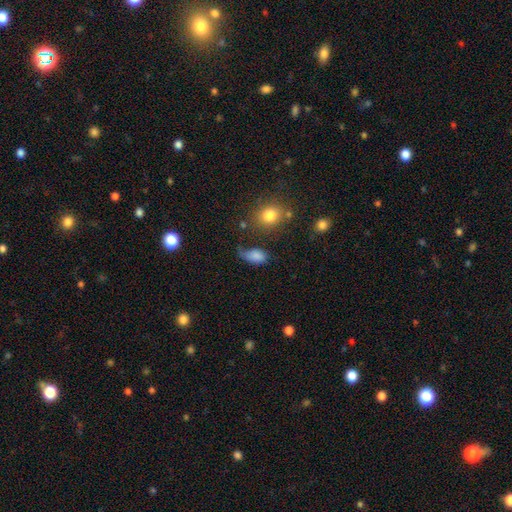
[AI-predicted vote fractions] Smooth or featured? smooth (80%)
How rounded? in between (87%)
Merging? none (36%)